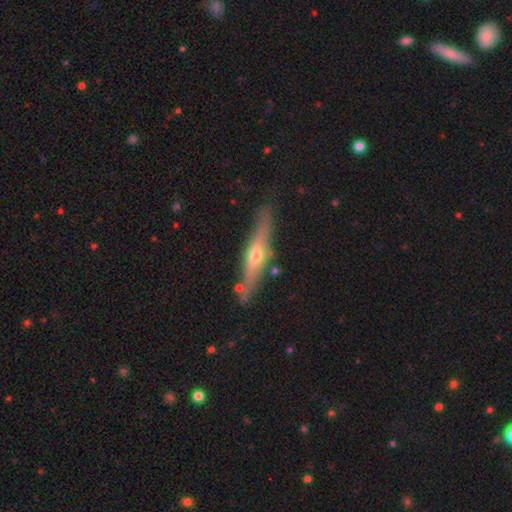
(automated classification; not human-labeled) Smooth or featured? Predicted: featured or disk (p=0.71). Edge-on disk? Predicted: yes (p=0.93). Edge-on bulge? Predicted: rounded (p=0.87). Merging? Predicted: none (p=0.83).